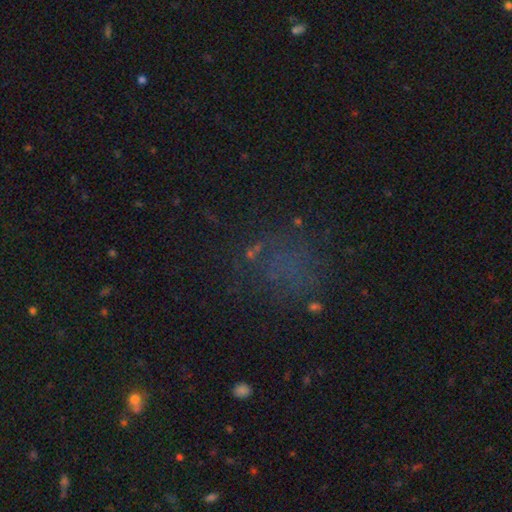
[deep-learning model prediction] Morphology: type=star or artifact (42%).